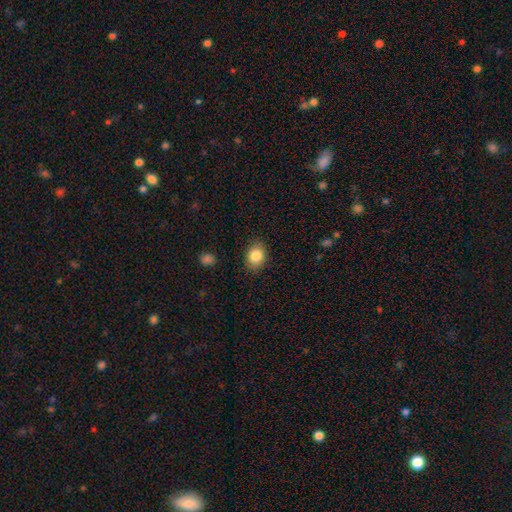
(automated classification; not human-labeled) smooth-or-featured: smooth: 85% | star or artifact: 8% | featured or disk: 6%
  how-rounded: in between: 57% | round: 42% | cigar-shaped: 1%
  merging: none: 85% | minor disturbance: 11% | major disturbance: 3% | merger: 1%